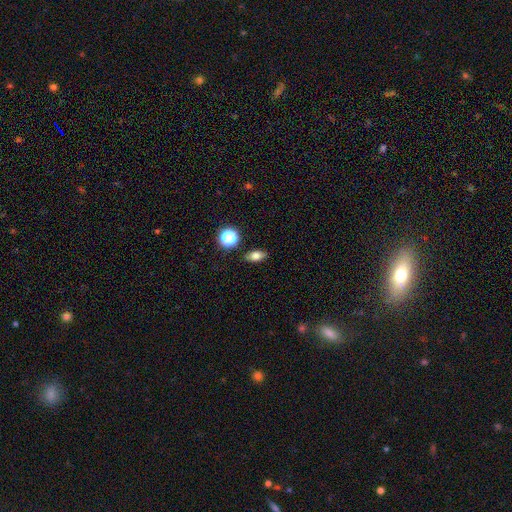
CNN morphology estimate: Smooth or featured? Predicted: smooth (p=0.74). How rounded? Predicted: in between (p=0.79). Merging? Predicted: none (p=0.87).